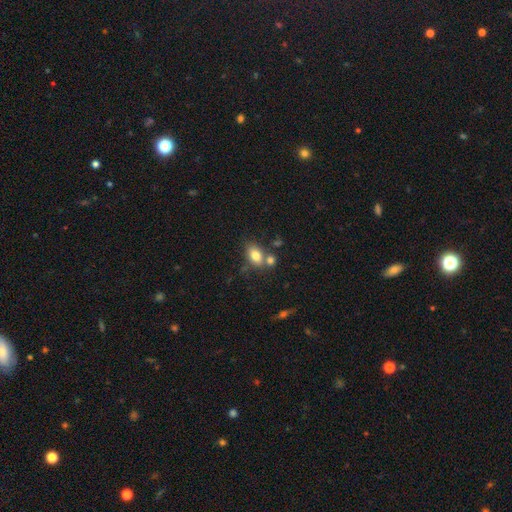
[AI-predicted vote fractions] Smooth or featured? smooth (79%)
How rounded? in between (83%)
Merging? none (55%)